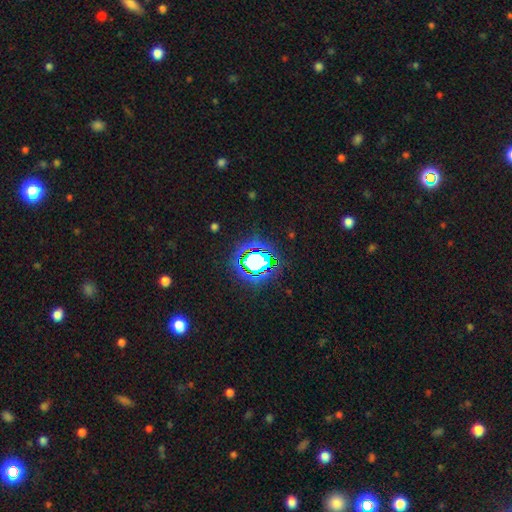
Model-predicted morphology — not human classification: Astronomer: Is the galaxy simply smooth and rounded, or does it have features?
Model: star or artifact — 69%.